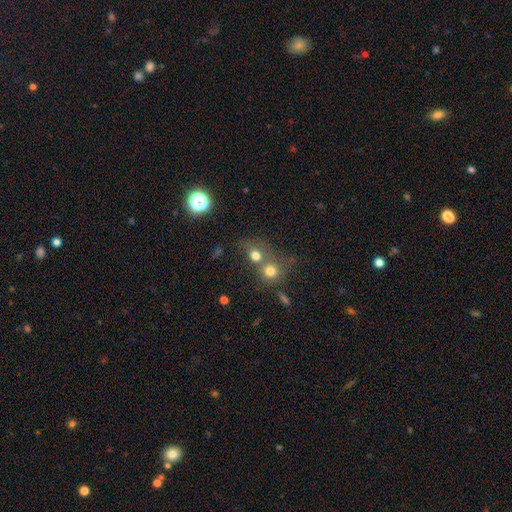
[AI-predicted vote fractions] smooth 73%, star or artifact 16%, featured or disk 11%. Down the decision tree: how rounded — round (73%); merging — merger (49%).